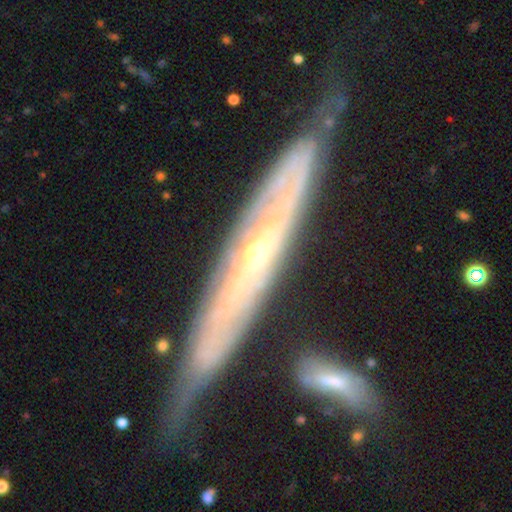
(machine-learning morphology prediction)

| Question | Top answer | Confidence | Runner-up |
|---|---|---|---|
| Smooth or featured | featured or disk | 82% | smooth (11%) |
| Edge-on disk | yes | 54% | no (46%) |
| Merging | none | 63% | minor disturbance (21%) |